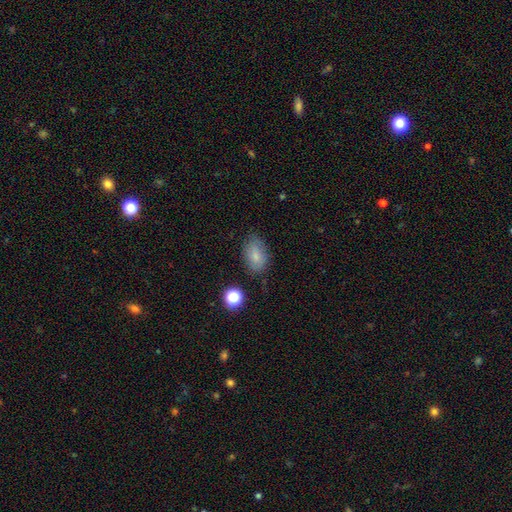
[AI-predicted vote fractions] A smooth galaxy with no disk features (79%) that is in between round and cigar-shaped (86%). Merging: none (77%).